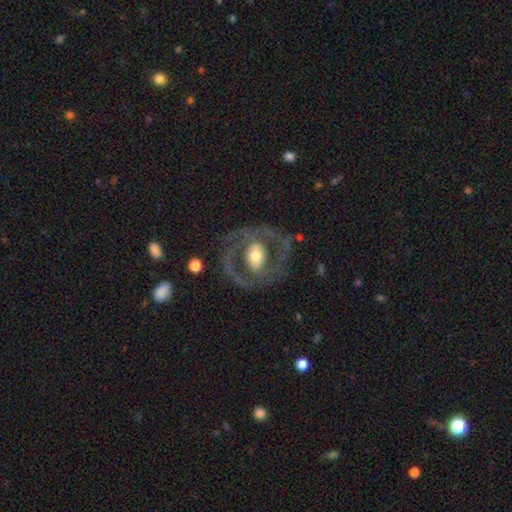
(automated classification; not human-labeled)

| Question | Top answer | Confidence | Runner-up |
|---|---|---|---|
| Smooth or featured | featured or disk | 74% | smooth (20%) |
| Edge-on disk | no | 96% | yes (4%) |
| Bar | no | 49% | weak (31%) |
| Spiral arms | yes | 60% | no (40%) |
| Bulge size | moderate | 62% | large (23%) |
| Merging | none | 70% | major disturbance (14%) |